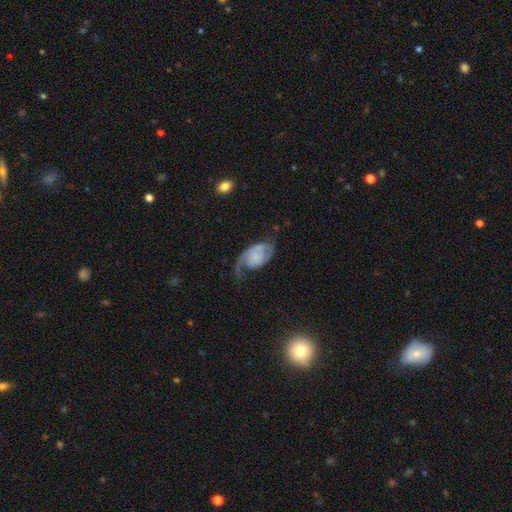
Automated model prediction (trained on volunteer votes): A featured or disk galaxy (78%) with no bar (65%), 2 (83%) loose (42%) spiral arms (94%) and no central bulge (48%).

Vote fractions:
- Smooth or featured? featured or disk: 78% / smooth: 15% / star or artifact: 7%
- Edge-on disk? no: 97% / yes: 3%
- Bar? no: 65% / weak: 28% / strong: 7%
- Spiral arms? yes: 94% / no: 6%
- Spiral winding? loose: 42% / medium: 40% / tight: 18%
- Spiral arm count? 2: 83% / 1: 11% / can't tell: 4% / 3: 1% / 4: 1% / more than 4: 1%
- Bulge size? none: 48% / small: 26% / moderate: 12% / large: 10% / dominant: 5%
- Merging? none: 54% / minor disturbance: 23% / major disturbance: 21% / merger: 2%